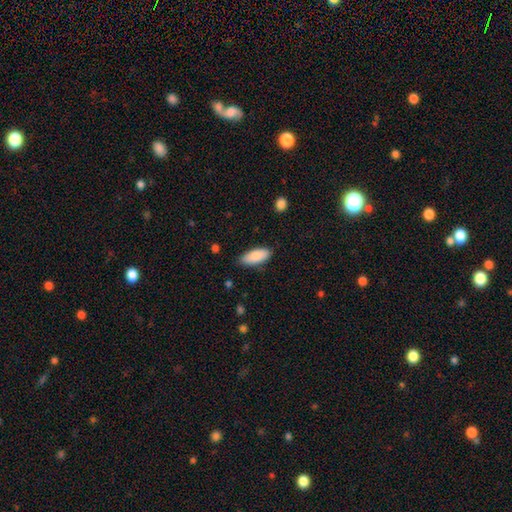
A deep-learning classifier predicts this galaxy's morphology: smooth-or-featured: smooth: 86% | featured or disk: 9% | star or artifact: 6%
  how-rounded: in between: 85% | cigar-shaped: 13% | round: 2%
  merging: none: 82% | minor disturbance: 14% | major disturbance: 2% | merger: 1%